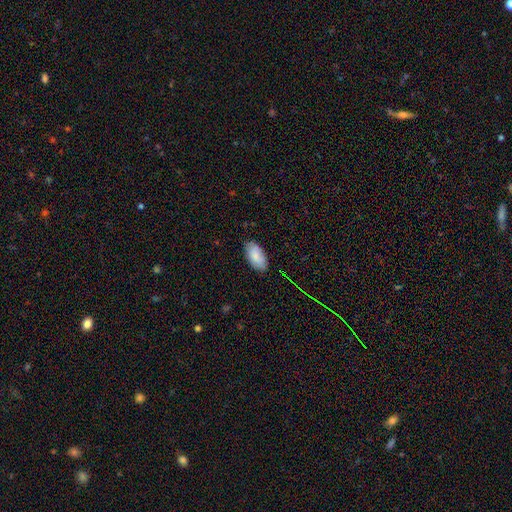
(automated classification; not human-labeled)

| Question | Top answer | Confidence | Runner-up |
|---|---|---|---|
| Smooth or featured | smooth | 84% | featured or disk (9%) |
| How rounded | in between | 94% | cigar-shaped (3%) |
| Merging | none | 83% | minor disturbance (14%) |